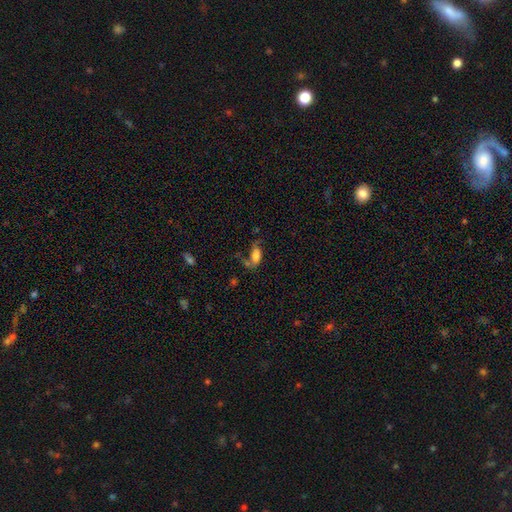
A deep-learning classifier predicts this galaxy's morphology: Smooth or featured? Predicted: smooth (p=0.64). How rounded? Predicted: in between (p=0.83). Merging? Predicted: none (p=0.40).